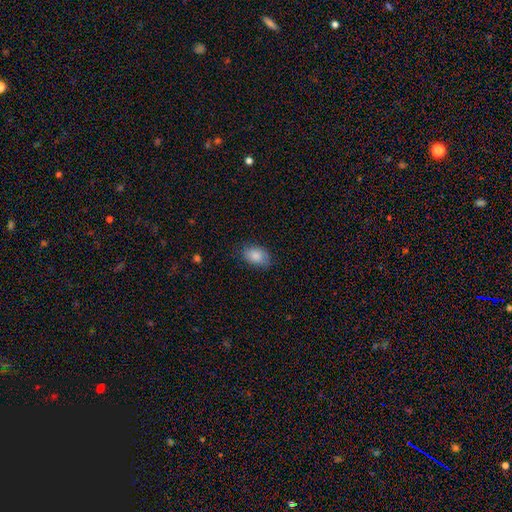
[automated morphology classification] Smooth or featured?
  - smooth: 87% *
  - star or artifact: 7%
  - featured or disk: 6%
How rounded?
  - in between: 87% *
  - round: 12%
  - cigar-shaped: 1%
Merging?
  - none: 80% *
  - minor disturbance: 16%
  - major disturbance: 3%
  - merger: 1%